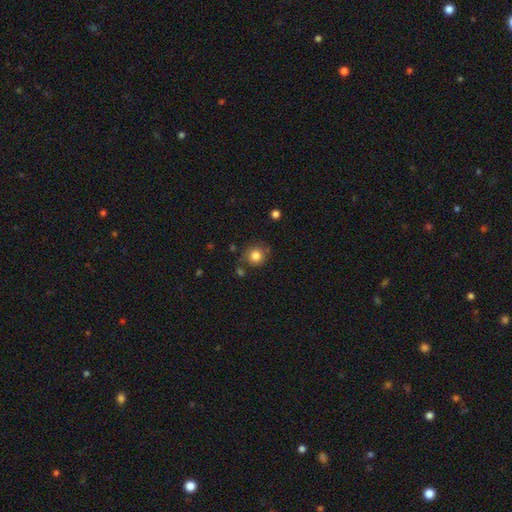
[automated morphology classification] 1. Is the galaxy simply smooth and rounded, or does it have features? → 83% smooth, 10% star or artifact, 7% featured or disk.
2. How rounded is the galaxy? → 87% round, 12% in between, 1% cigar-shaped.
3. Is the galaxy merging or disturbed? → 76% none, 15% minor disturbance, 5% merger, 4% major disturbance.